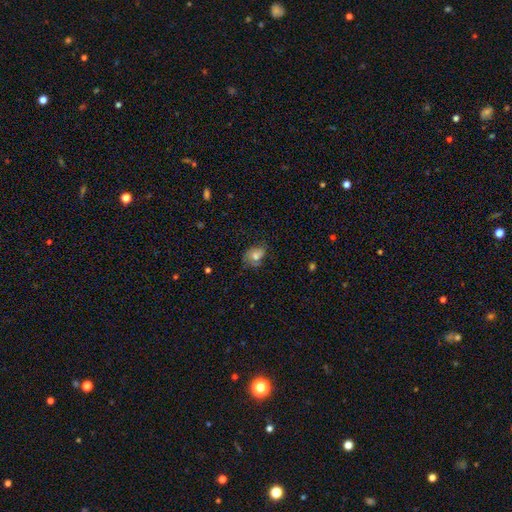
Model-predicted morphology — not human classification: smooth-or-featured: smooth: 66% | featured or disk: 24% | star or artifact: 11%
  how-rounded: in between: 68% | round: 30% | cigar-shaped: 1%
  merging: none: 48% | minor disturbance: 32% | major disturbance: 16% | merger: 4%